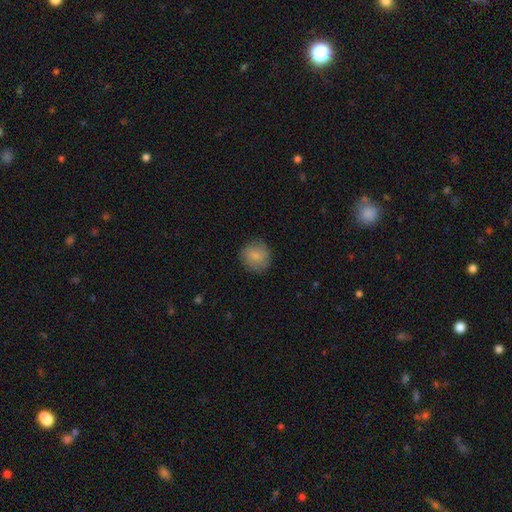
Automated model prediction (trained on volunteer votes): A smooth galaxy with no disk features (80%) that is round (88%). Merging: none (84%).